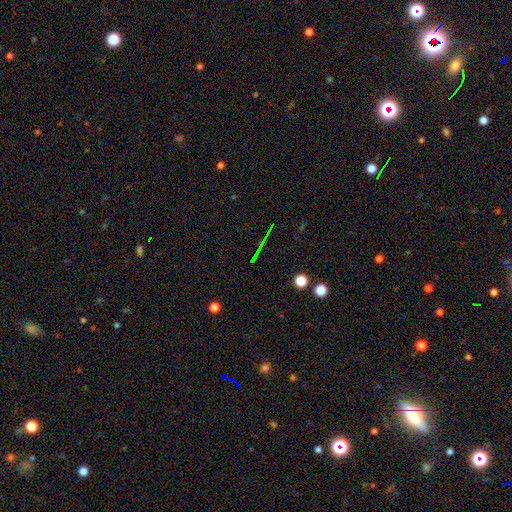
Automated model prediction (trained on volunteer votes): Smooth or featured? star or artifact (68%)